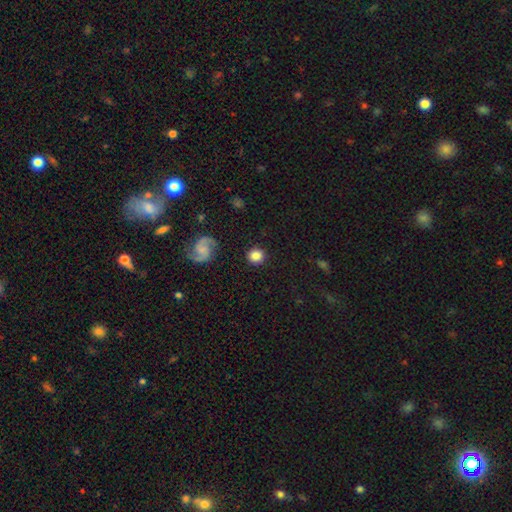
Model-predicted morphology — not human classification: A smooth galaxy with no disk features (77%) that is round (90%).

Vote fractions:
- Smooth or featured? smooth: 77% / featured or disk: 14% / star or artifact: 9%
- How rounded? round: 90% / in between: 9% / cigar-shaped: 1%
- Merging? none: 88% / minor disturbance: 8% / major disturbance: 3% / merger: 2%